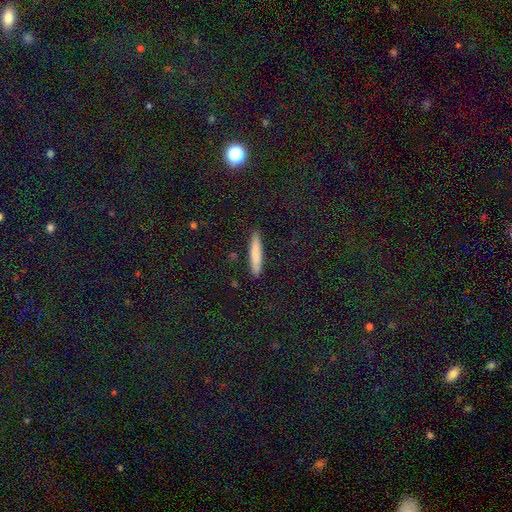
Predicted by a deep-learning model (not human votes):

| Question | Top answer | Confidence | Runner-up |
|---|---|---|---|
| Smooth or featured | smooth | 78% | featured or disk (15%) |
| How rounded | cigar-shaped | 92% | in between (6%) |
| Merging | none | 90% | minor disturbance (7%) |